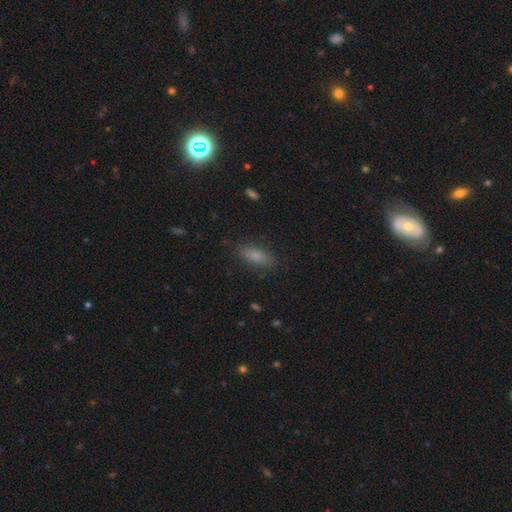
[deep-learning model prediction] This appears to be a smooth galaxy with no disk features (78%) that is in between round and cigar-shaped (72%). Merging: none (85%).